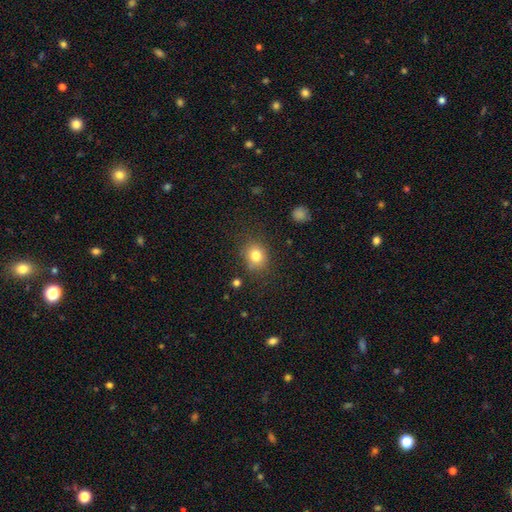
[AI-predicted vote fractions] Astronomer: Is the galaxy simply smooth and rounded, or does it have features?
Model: smooth — 81%.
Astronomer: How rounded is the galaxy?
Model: round — 69%.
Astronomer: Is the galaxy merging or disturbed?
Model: none — 79%.